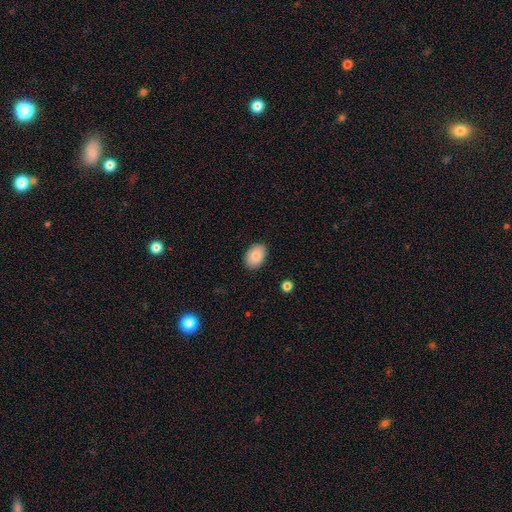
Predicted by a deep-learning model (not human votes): smooth 87%, star or artifact 7%, featured or disk 6%. Down the decision tree: how rounded — in between (85%); merging — none (86%).